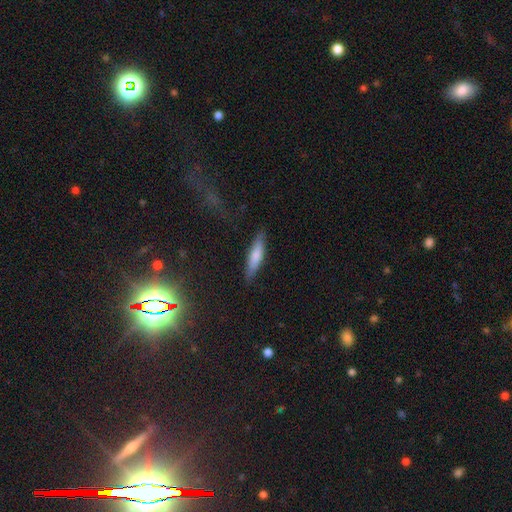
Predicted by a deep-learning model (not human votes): The model was most divided on "how rounded": cigar-shaped: 74%, in between: 24%, round: 2%. More confident: merging — none (84%); smooth or featured — smooth (76%).